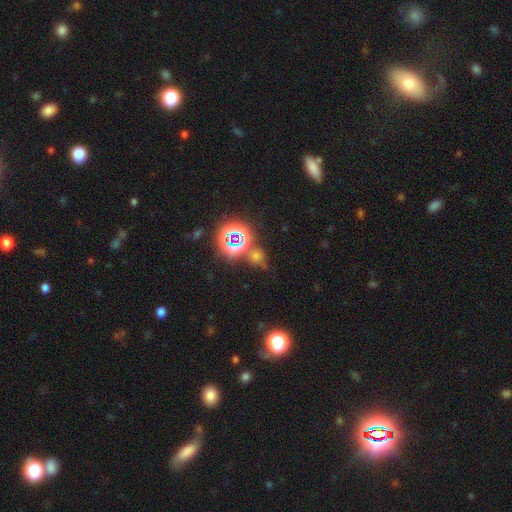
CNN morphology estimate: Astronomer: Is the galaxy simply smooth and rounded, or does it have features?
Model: star or artifact — 48% (runner-up: smooth, 43%).